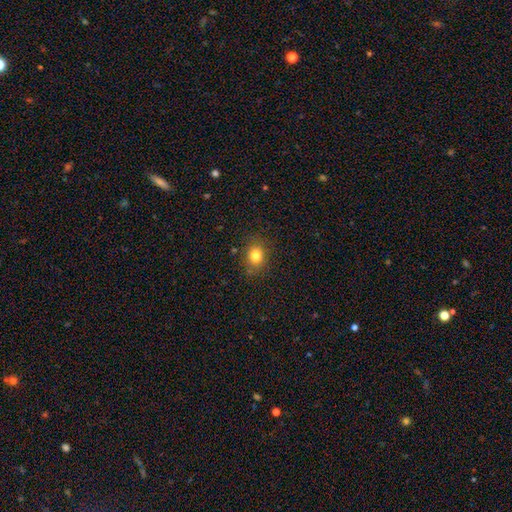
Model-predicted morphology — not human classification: Smooth or featured: smooth — 81% (star or artifact — 12%)
How rounded: round — 62% (in between — 37%)
Merging: none — 83% (minor disturbance — 12%)